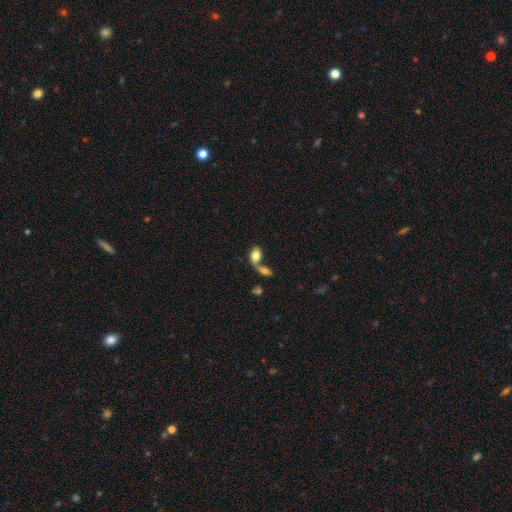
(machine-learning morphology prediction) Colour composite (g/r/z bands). It shows a smooth galaxy with no disk features (74%) that is in between round and cigar-shaped (86%). Merging: merger (61%).